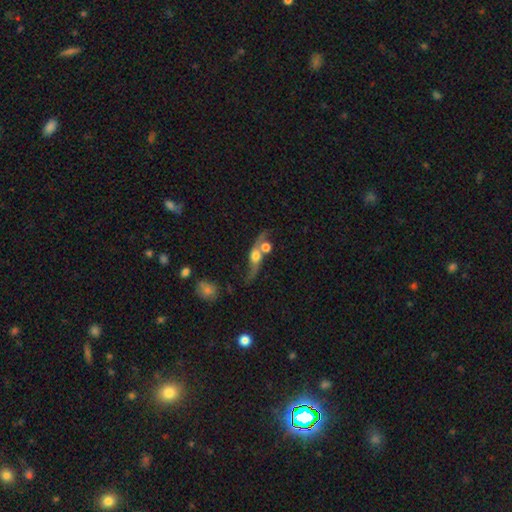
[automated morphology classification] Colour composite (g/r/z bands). It shows a featured or disk galaxy (66%). Merging: merger (44%).